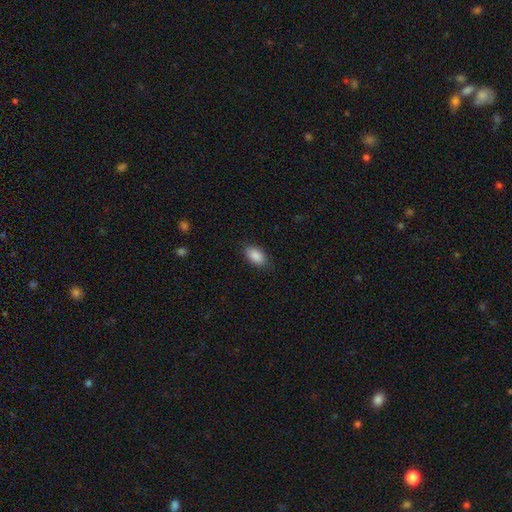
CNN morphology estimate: A smooth galaxy with no disk features (89%) that is in between round and cigar-shaped (93%).

Vote fractions:
- Smooth or featured? smooth: 89% / star or artifact: 7% / featured or disk: 4%
- How rounded? in between: 93% / round: 4% / cigar-shaped: 3%
- Merging? none: 85% / minor disturbance: 12% / major disturbance: 3% / merger: 1%